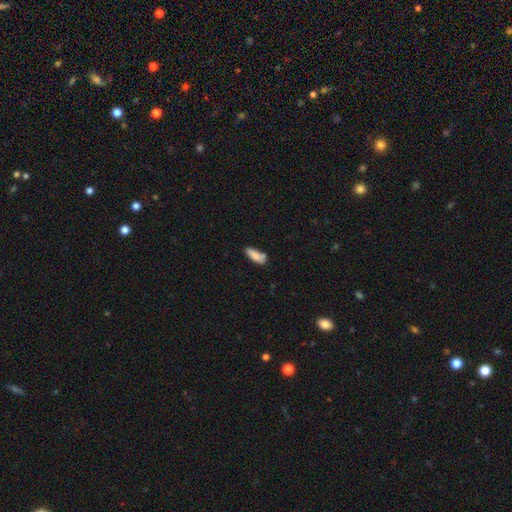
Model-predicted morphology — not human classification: smooth_or_featured: smooth (p=0.83) [alt: featured or disk p=0.10]
how_rounded: in between (p=0.62) [alt: cigar-shaped p=0.36]
merging: none (p=0.63) [alt: minor disturbance p=0.22]